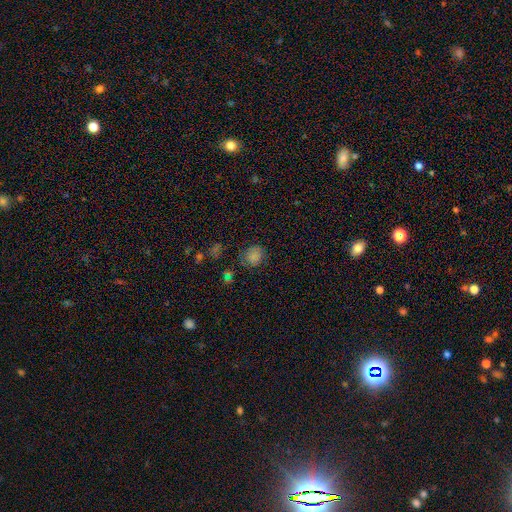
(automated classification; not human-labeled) smooth-or-featured: smooth: 67% | star or artifact: 25% | featured or disk: 8%
  how-rounded: round: 79% | in between: 19% | cigar-shaped: 1%
  merging: none: 77% | minor disturbance: 14% | major disturbance: 5% | merger: 4%